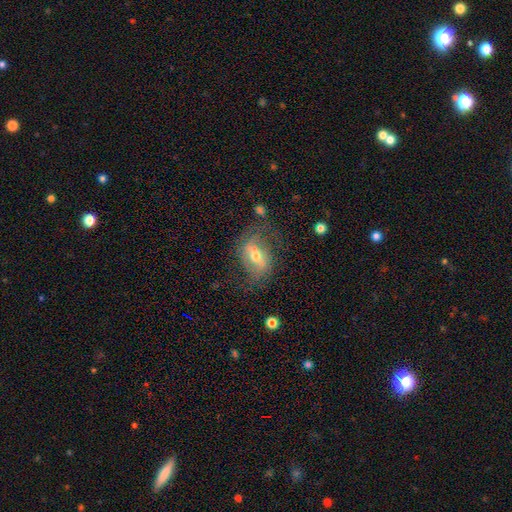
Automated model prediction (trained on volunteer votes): A featured or disk galaxy (62%) with a strong bar (42%), spiral arms (70%) and a moderate central bulge (62%). Merging: none (58%).